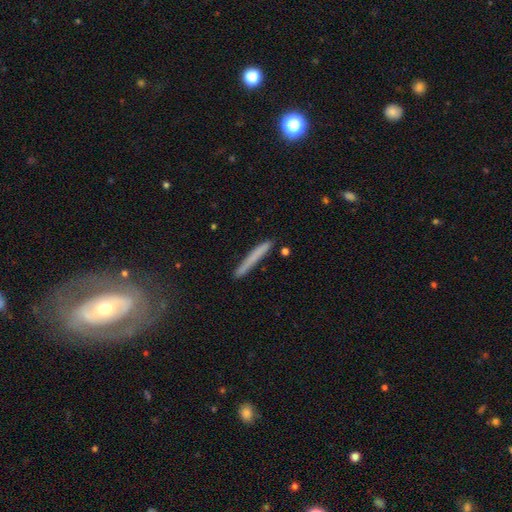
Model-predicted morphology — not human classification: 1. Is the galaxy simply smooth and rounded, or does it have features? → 49% smooth, 42% featured or disk, 10% star or artifact.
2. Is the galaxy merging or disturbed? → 80% none, 13% minor disturbance, 4% major disturbance, 3% merger.